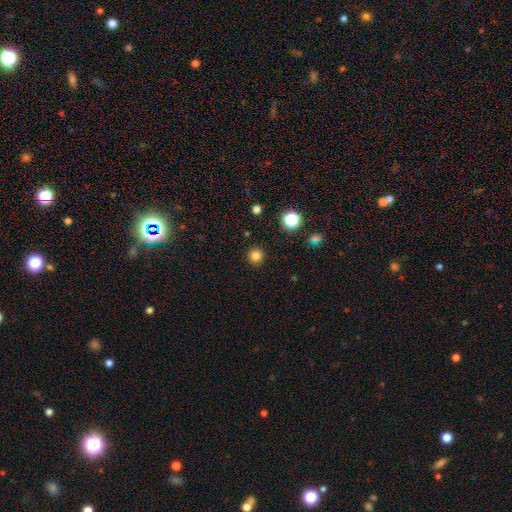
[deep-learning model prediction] Q: Smooth or featured?
A: smooth (82%); runner-up: star or artifact (14%)
Q: How rounded?
A: round (95%); runner-up: in between (5%)
Q: Merging?
A: none (92%); runner-up: minor disturbance (5%)